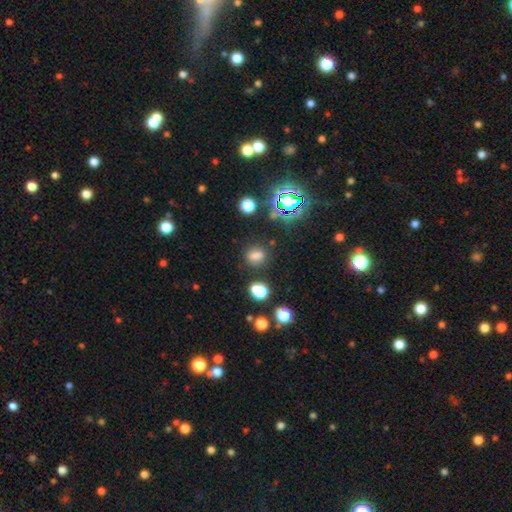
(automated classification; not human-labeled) Smooth or featured?
  - smooth: 74% *
  - star or artifact: 18%
  - featured or disk: 8%
How rounded?
  - in between: 56% *
  - round: 42%
  - cigar-shaped: 2%
Merging?
  - none: 79% *
  - minor disturbance: 11%
  - merger: 5%
  - major disturbance: 5%